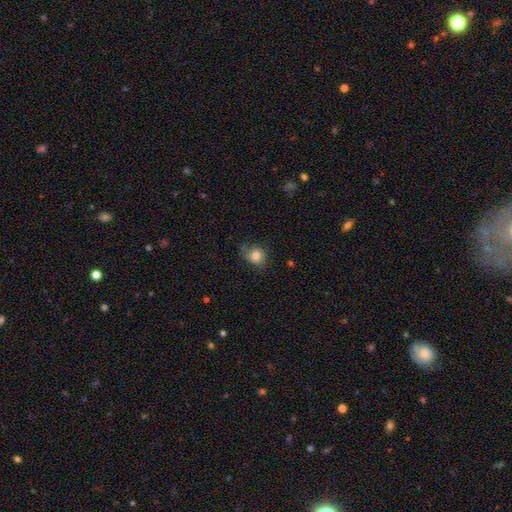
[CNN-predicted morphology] Q: Smooth or featured?
A: smooth (82%); runner-up: star or artifact (10%)
Q: How rounded?
A: round (71%); runner-up: in between (28%)
Q: Merging?
A: none (63%); runner-up: minor disturbance (26%)